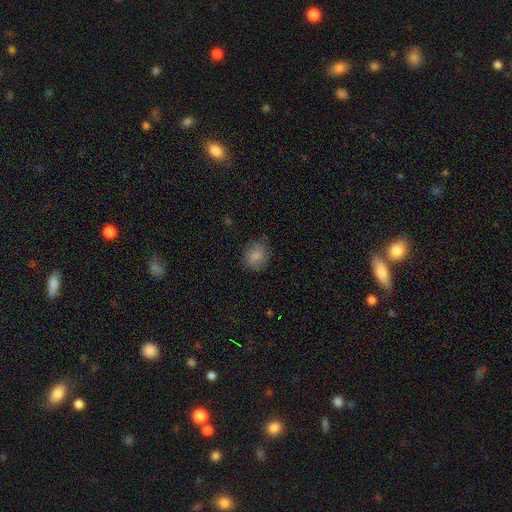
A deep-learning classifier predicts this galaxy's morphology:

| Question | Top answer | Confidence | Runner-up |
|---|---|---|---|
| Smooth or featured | smooth | 79% | featured or disk (12%) |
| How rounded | round | 67% | in between (32%) |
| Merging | none | 73% | minor disturbance (20%) |